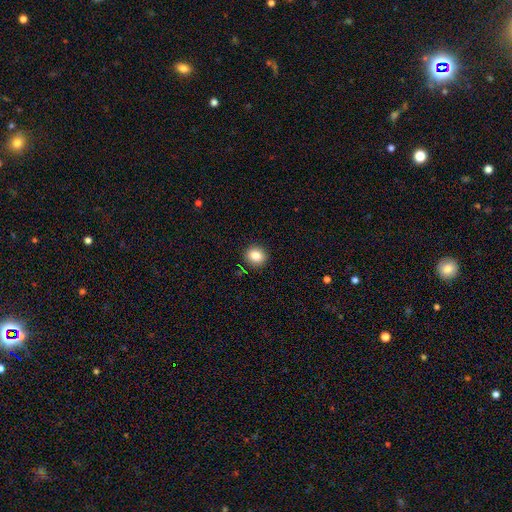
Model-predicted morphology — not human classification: Smooth or featured: smooth — 84% (star or artifact — 10%)
How rounded: round — 81% (in between — 18%)
Merging: none — 91% (minor disturbance — 6%)